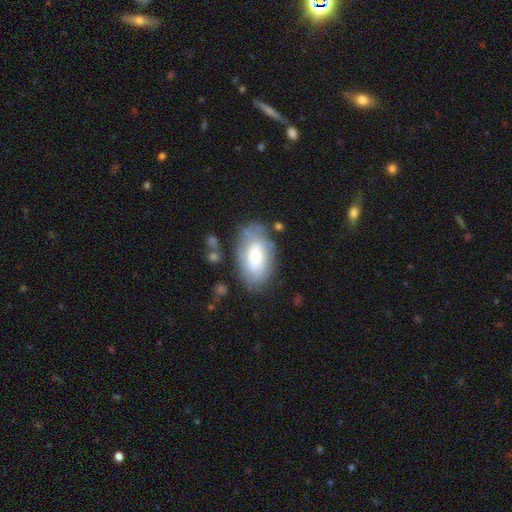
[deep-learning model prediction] Smooth or featured?
  - smooth: 48% *
  - featured or disk: 46%
  - star or artifact: 7%
Merging?
  - none: 67% *
  - minor disturbance: 21%
  - major disturbance: 8%
  - merger: 4%